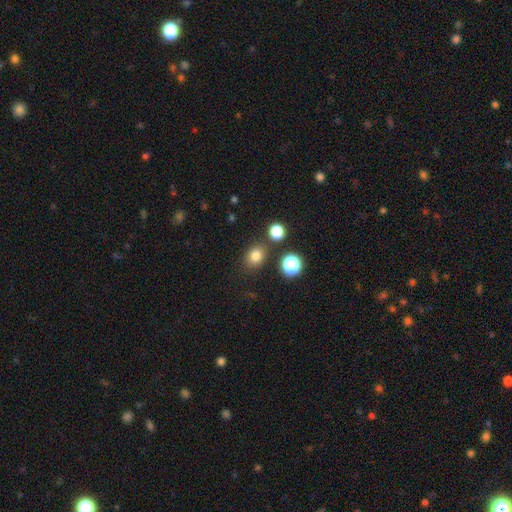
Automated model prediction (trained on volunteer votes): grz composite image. It shows a smooth galaxy with no disk features (79%) that is round (58%). Merging: none (79%).